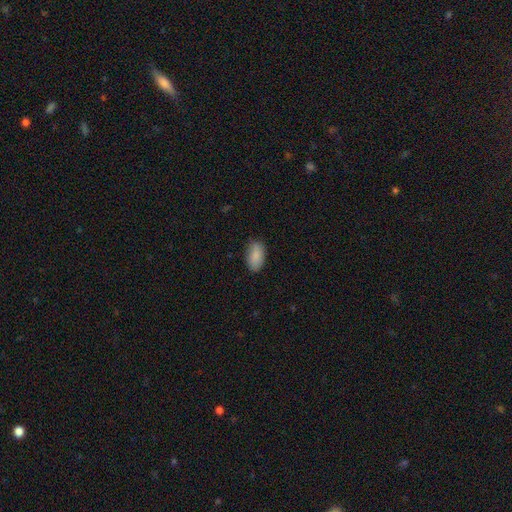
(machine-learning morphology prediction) This appears to be a smooth galaxy with no disk features (88%) that is in between round and cigar-shaped (93%). Merging: none (82%).